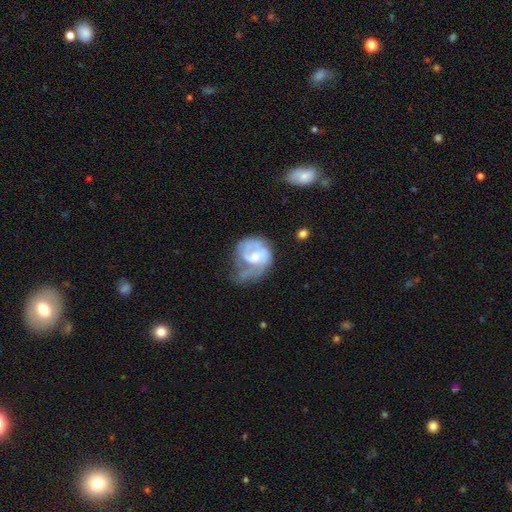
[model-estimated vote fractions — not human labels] Morphology: type=featured or disk (68%); edge-on=no (98%); bar=no (56%); spiral arms=yes (77%); winding=medium (41%); arm count=2 (43%); bulge=moderate (46%); merging=major disturbance (41%).